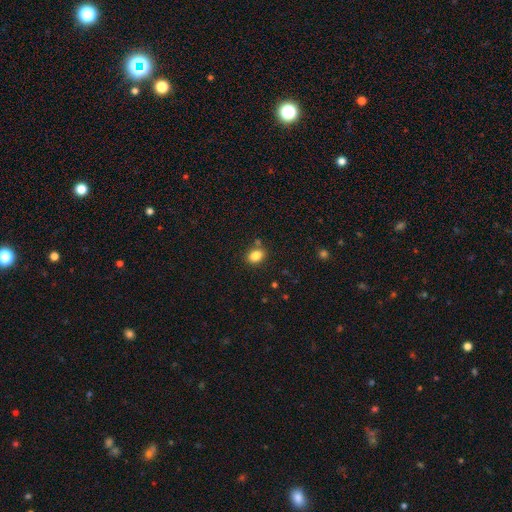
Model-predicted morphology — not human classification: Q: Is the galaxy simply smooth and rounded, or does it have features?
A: smooth — 84%.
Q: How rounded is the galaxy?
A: in between — 66%.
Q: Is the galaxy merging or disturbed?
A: none — 78%.